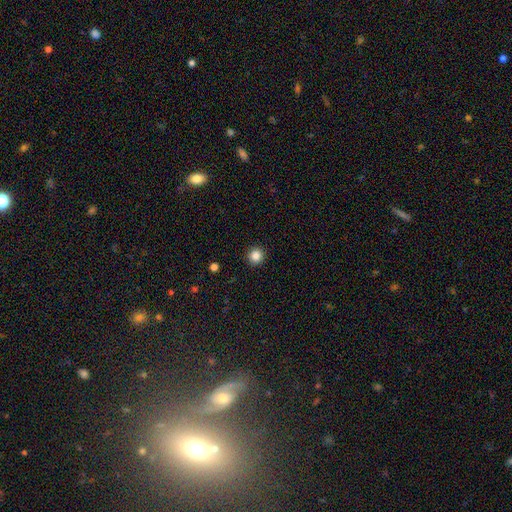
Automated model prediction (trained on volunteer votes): A smooth galaxy with no disk features (84%) that is round (94%).

Vote fractions:
- Smooth or featured? smooth: 84% / star or artifact: 11% / featured or disk: 4%
- How rounded? round: 94% / in between: 5% / cigar-shaped: 1%
- Merging? none: 92% / minor disturbance: 5% / major disturbance: 2% / merger: 1%